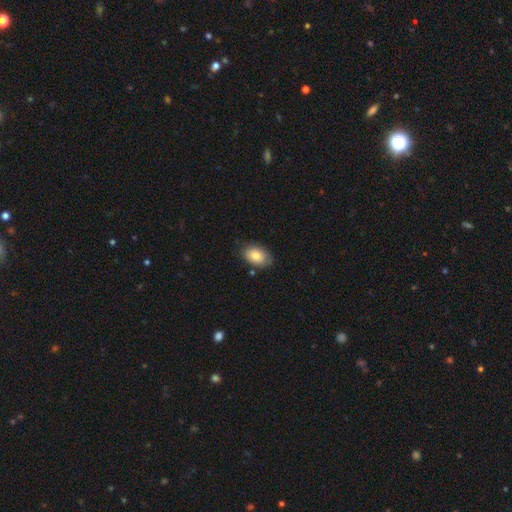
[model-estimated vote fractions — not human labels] Smooth or featured? Predicted: smooth (p=0.81). How rounded? Predicted: in between (p=0.87). Merging? Predicted: none (p=0.79).